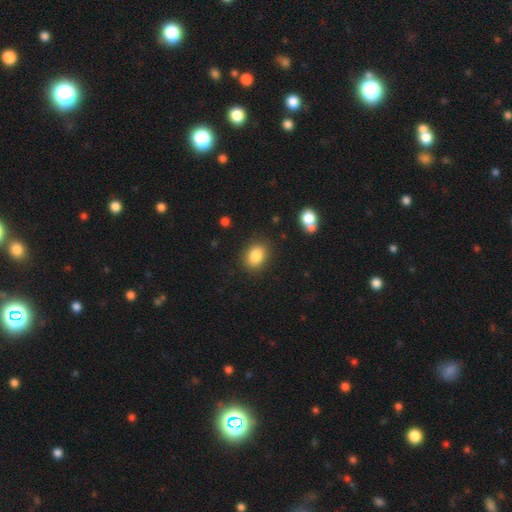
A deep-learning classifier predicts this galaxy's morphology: This appears to be a smooth galaxy with no disk features (85%) that is in between round and cigar-shaped (60%). Merging: none (86%).